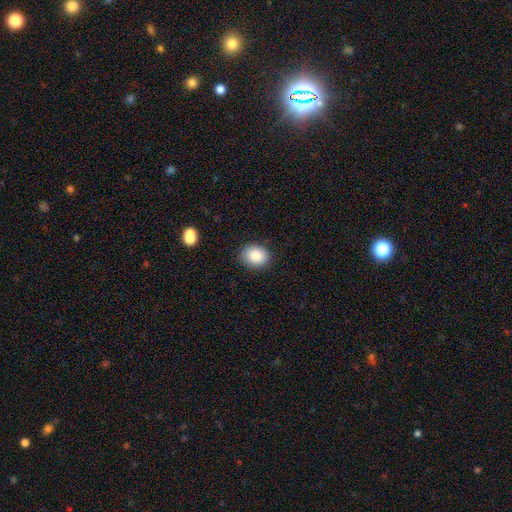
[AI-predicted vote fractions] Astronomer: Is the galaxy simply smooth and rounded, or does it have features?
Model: smooth — 87%.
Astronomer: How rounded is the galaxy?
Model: round — 52% (runner-up: in between, 47%).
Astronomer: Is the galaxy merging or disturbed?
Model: none — 87%.